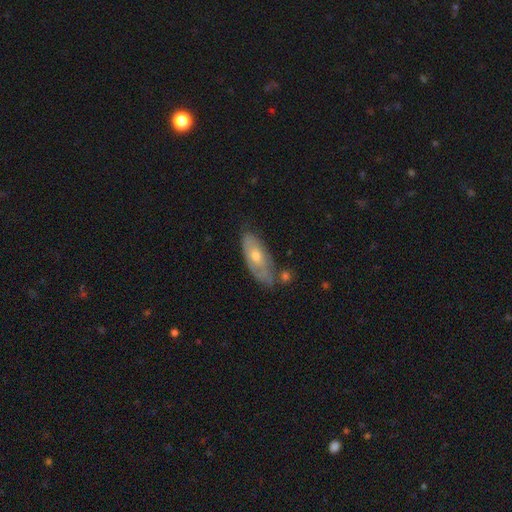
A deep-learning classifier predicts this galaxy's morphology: This is possibly a featured or disk galaxy (52%). It is clearly not viewed edge-on (80%). Merging: possibly none (58%).